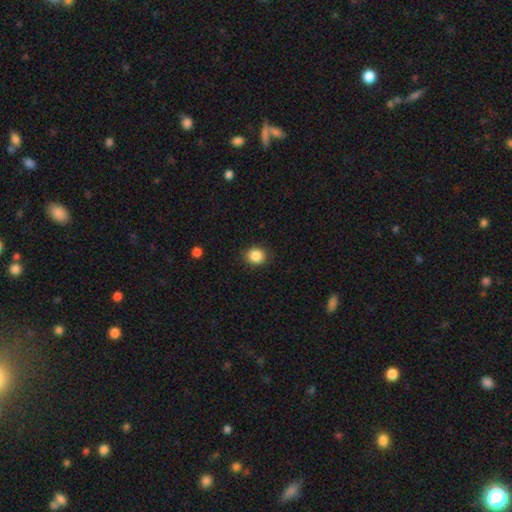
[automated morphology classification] type=smooth (87%); roundness=round (81%); merging=none (90%).